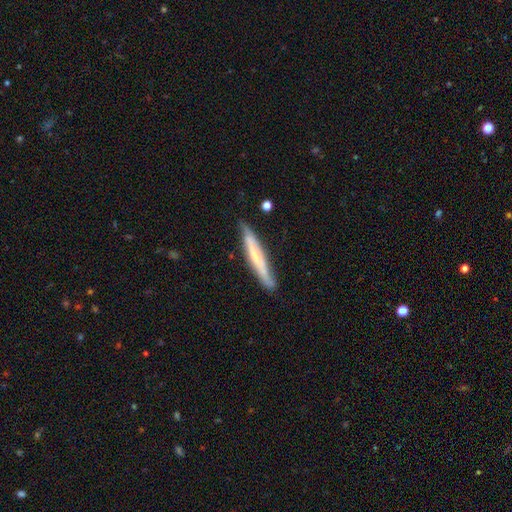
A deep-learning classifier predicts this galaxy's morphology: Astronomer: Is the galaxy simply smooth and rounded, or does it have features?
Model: featured or disk — 49% (runner-up: smooth, 45%).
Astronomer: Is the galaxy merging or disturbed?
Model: none — 77%.